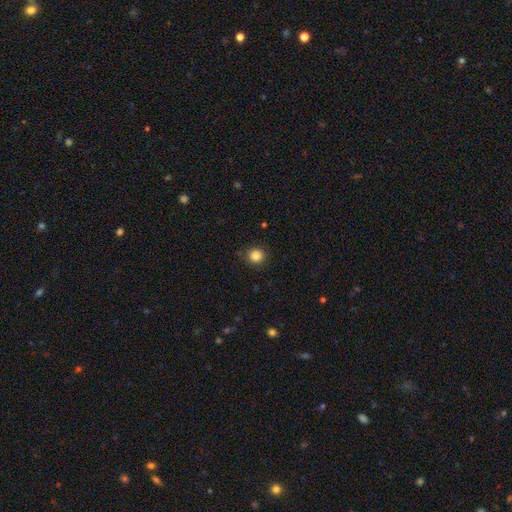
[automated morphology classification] This is clearly a smooth galaxy (85%). How rounded: clearly round (93%). Merging: clearly none (88%).